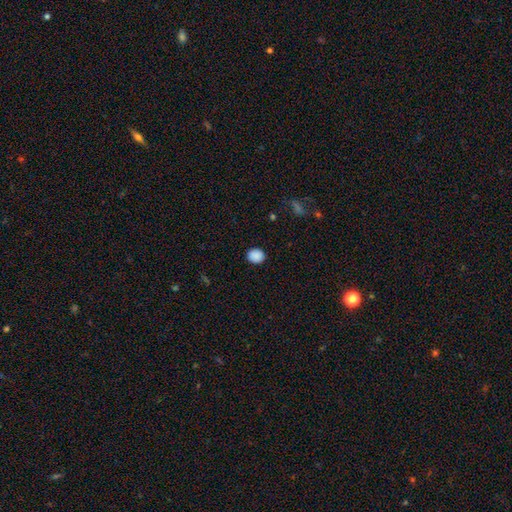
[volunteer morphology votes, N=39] smooth 90%, star or artifact 8%, featured or disk 3%. Down the decision tree: how rounded — round (63%); merging — none (94%).